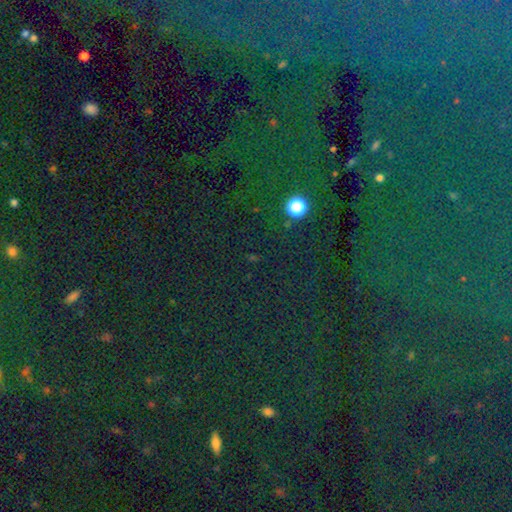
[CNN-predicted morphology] Smooth or featured: star or artifact — 82% (smooth — 10%)